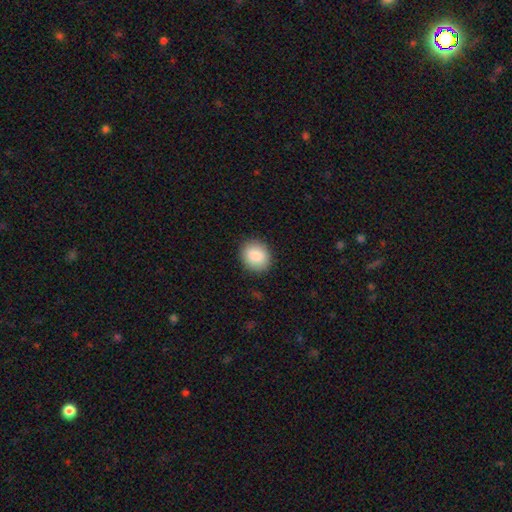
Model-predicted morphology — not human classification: type=smooth (88%); roundness=round (68%); merging=none (88%).